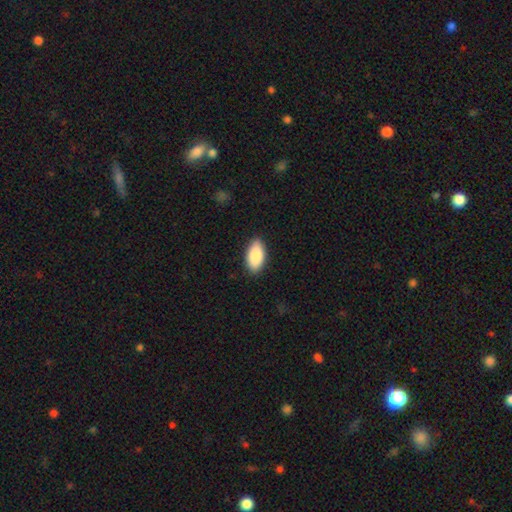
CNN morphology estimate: Smooth or featured? Predicted: smooth (p=0.89). How rounded? Predicted: in between (p=0.93). Merging? Predicted: none (p=0.87).